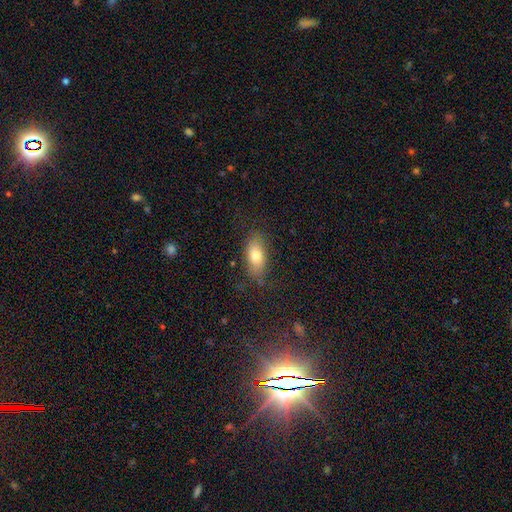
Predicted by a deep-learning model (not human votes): Smooth or featured: smooth — 75% (featured or disk — 17%)
How rounded: in between — 86% (cigar-shaped — 9%)
Merging: none — 75% (minor disturbance — 17%)